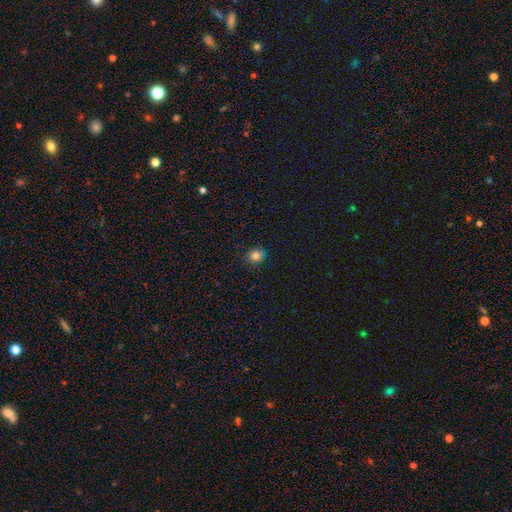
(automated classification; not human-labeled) A smooth galaxy with no disk features (81%) that is round (87%). Merging: none (89%).